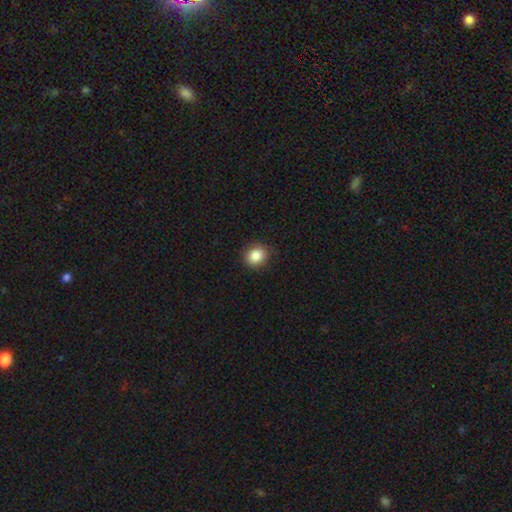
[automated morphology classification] The model was most divided on "how rounded": round: 74%, in between: 25%, cigar-shaped: 1%. More confident: merging — none (88%); smooth or featured — smooth (85%).